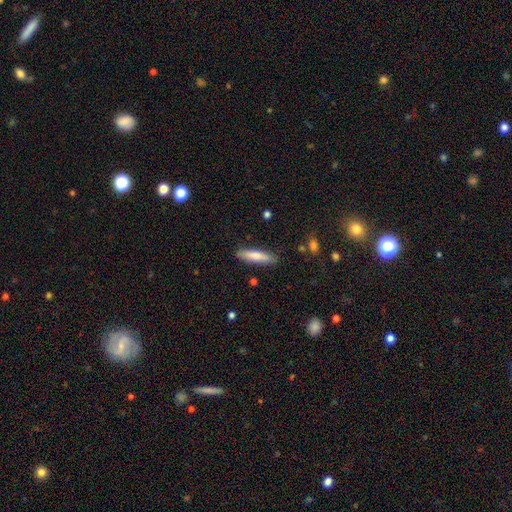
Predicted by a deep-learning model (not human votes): Smooth or featured: smooth — 78% (featured or disk — 17%)
How rounded: cigar-shaped — 76% (in between — 23%)
Merging: none — 85% (minor disturbance — 11%)